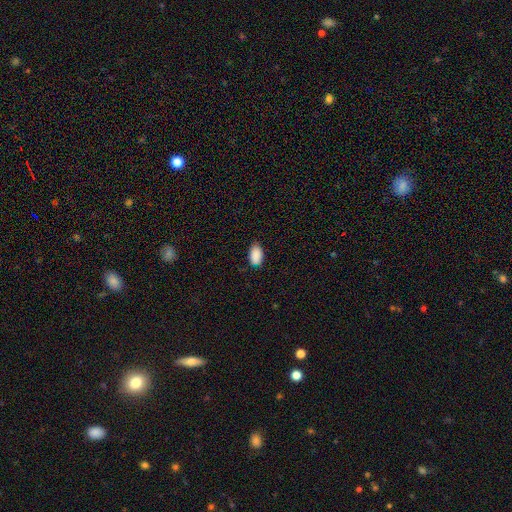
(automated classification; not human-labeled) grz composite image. It shows a smooth galaxy with no disk features (90%) that is in between round and cigar-shaped (94%). Merging: none (78%).